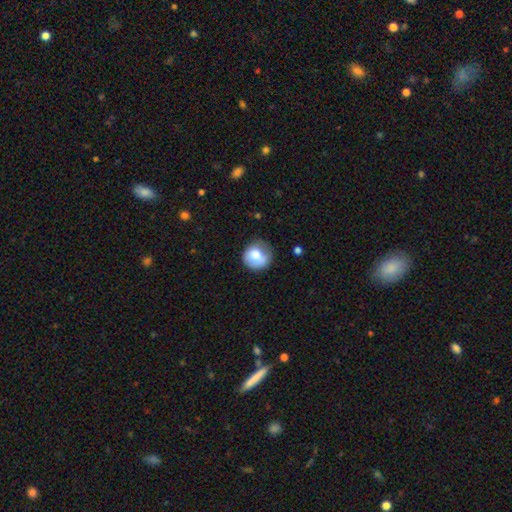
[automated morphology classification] smooth 78%, featured or disk 14%, star or artifact 8%. Down the decision tree: how rounded — round (85%); merging — none (58%).